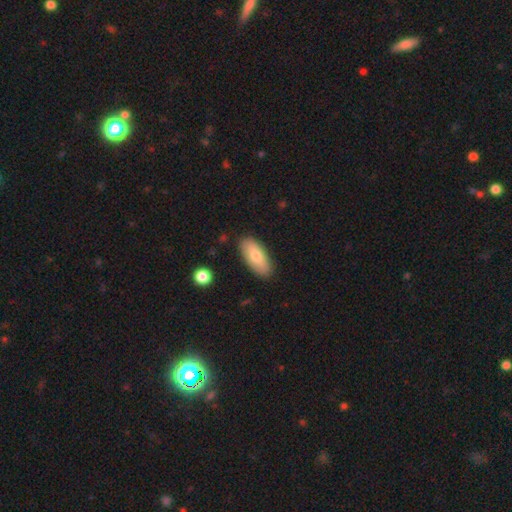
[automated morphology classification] Q: Smooth or featured?
A: smooth (75%); runner-up: featured or disk (19%)
Q: How rounded?
A: in between (84%); runner-up: cigar-shaped (14%)
Q: Merging?
A: none (86%); runner-up: minor disturbance (10%)